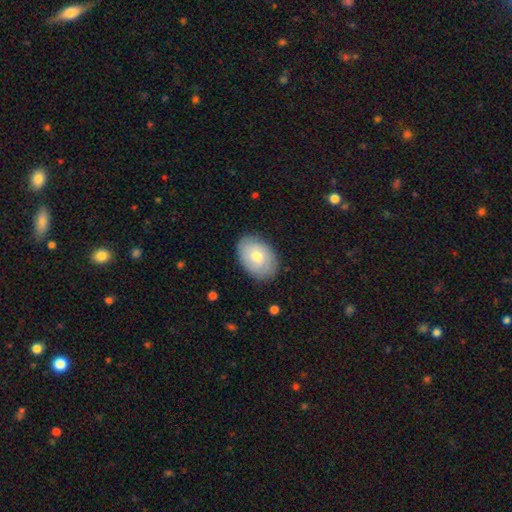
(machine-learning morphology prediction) smooth-or-featured: smooth: 66% | featured or disk: 27% | star or artifact: 6%
  how-rounded: in between: 83% | round: 16% | cigar-shaped: 1%
  merging: none: 85% | minor disturbance: 12% | major disturbance: 2% | merger: 1%